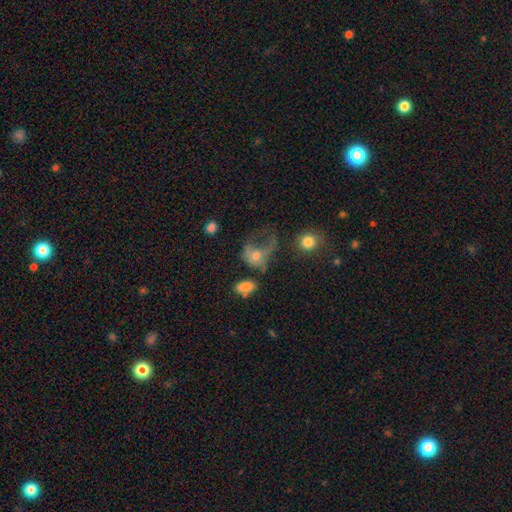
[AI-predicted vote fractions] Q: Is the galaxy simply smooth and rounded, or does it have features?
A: smooth — 54%.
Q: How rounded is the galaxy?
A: in between — 60%.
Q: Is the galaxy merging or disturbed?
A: major disturbance — 63%.